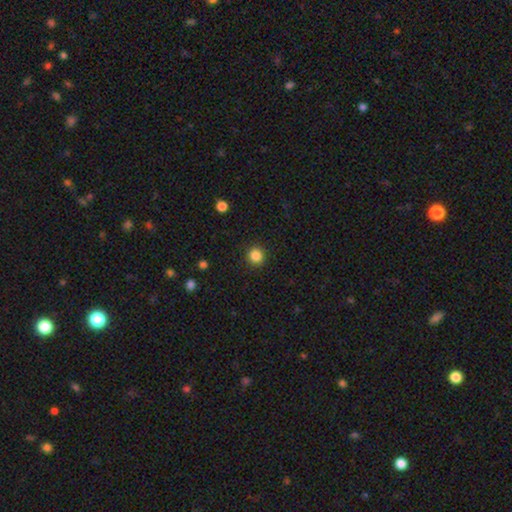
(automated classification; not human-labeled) This appears to be a smooth galaxy with no disk features (85%) that is round (94%). Merging: none (92%).